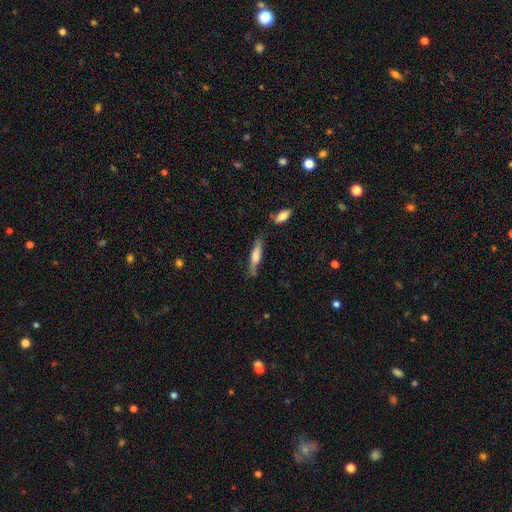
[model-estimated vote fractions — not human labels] A smooth galaxy with no disk features (60%) that is cigar-shaped (79%). Merging: none (67%).